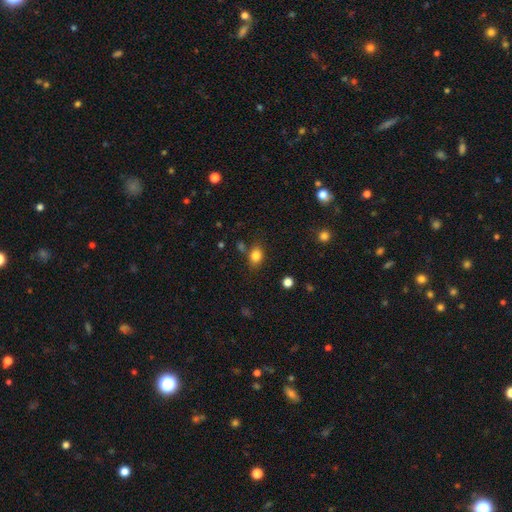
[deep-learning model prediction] The model was most divided on "how rounded": in between: 62%, round: 36%, cigar-shaped: 1%. More confident: smooth or featured — smooth (83%); merging — none (75%).